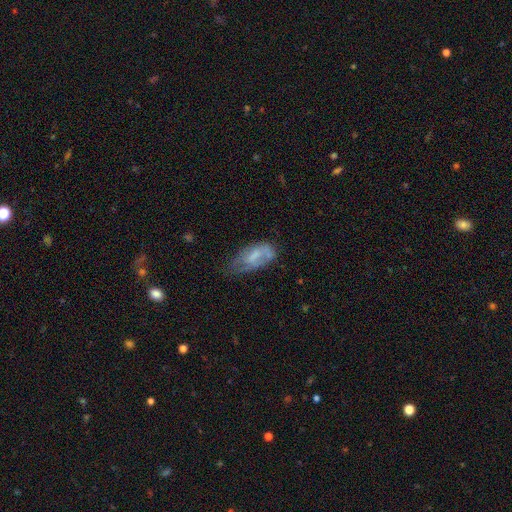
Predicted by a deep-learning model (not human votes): Q: Smooth or featured?
A: smooth (53%); runner-up: featured or disk (39%)
Q: How rounded?
A: in between (89%); runner-up: cigar-shaped (7%)
Q: Merging?
A: minor disturbance (38%); runner-up: none (31%)